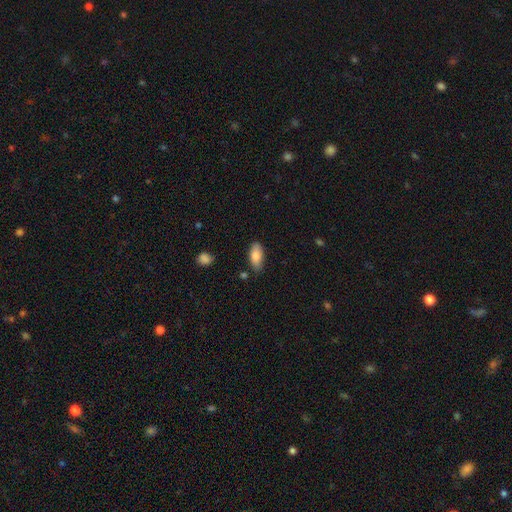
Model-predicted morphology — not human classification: Overall: smooth (83%). How rounded: in between (89%). Merging: none (81%).